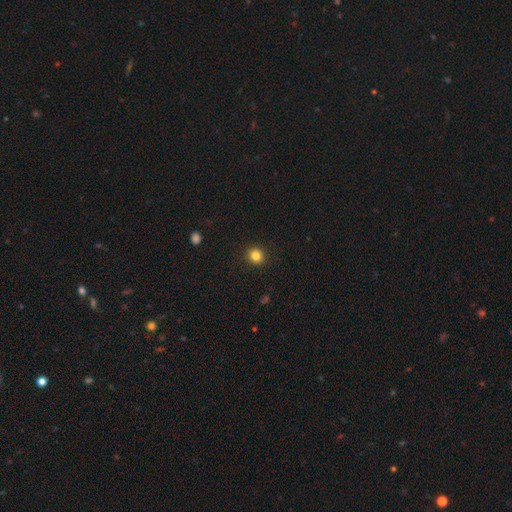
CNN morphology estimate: smooth-or-featured: smooth: 83% | star or artifact: 12% | featured or disk: 5%
  how-rounded: round: 88% | in between: 11% | cigar-shaped: 1%
  merging: none: 92% | minor disturbance: 5% | major disturbance: 2% | merger: 1%